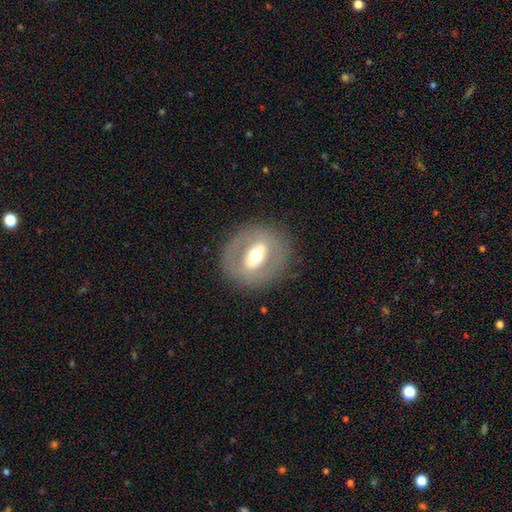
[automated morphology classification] Smooth or featured? Predicted: featured or disk (p=0.58). Edge-on disk? Predicted: no (p=0.83). Merging? Predicted: none (p=0.82).